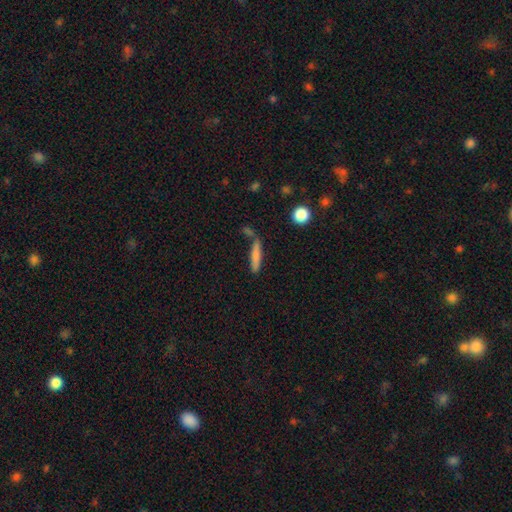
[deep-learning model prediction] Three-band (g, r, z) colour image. It shows a smooth galaxy with no disk features (77%) that is cigar-shaped (85%). Merging: none (64%).